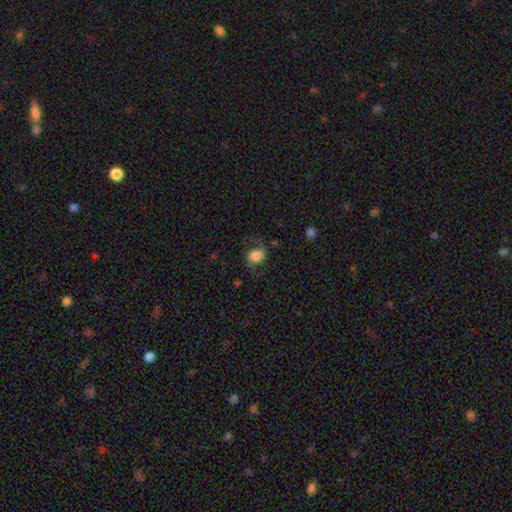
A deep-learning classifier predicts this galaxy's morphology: smooth 54%, featured or disk 36%, star or artifact 10%. Down the decision tree: how rounded — round (52%); merging — none (55%).